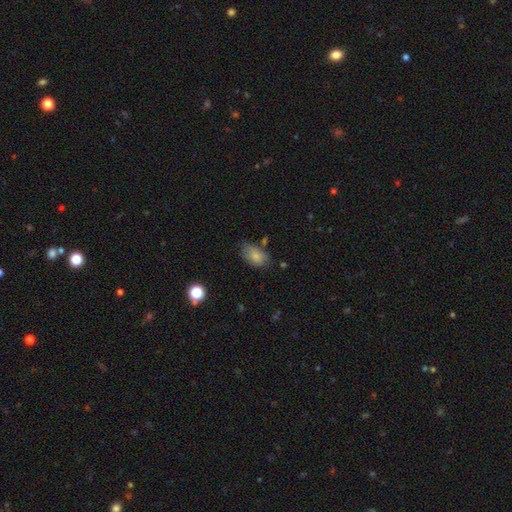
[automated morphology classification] This appears to be a smooth galaxy with no disk features (81%) that is in between round and cigar-shaped (90%). Merging: none (59%).